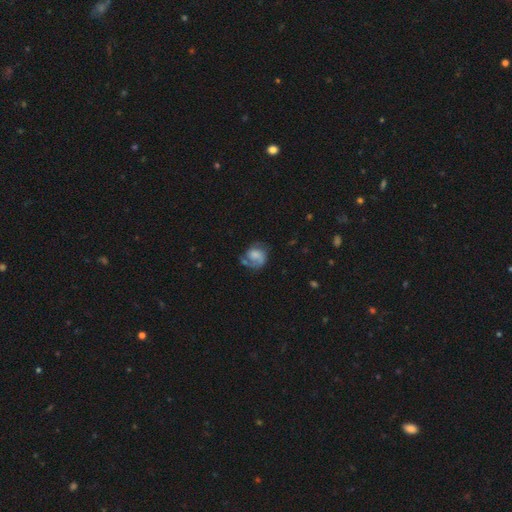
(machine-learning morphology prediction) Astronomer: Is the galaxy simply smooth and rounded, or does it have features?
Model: featured or disk — 60%.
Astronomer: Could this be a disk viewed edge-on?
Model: no — 98%.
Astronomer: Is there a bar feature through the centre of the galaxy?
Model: no — 68%.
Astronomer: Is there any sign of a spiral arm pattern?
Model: yes — 86%.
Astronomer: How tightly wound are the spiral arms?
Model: medium — 39% (runner-up: tight, 35%).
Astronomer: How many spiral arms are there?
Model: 1 — 60%.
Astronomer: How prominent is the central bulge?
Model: none — 33% (runner-up: moderate, 23%).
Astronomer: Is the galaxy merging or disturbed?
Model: none — 48% (runner-up: major disturbance, 25%).